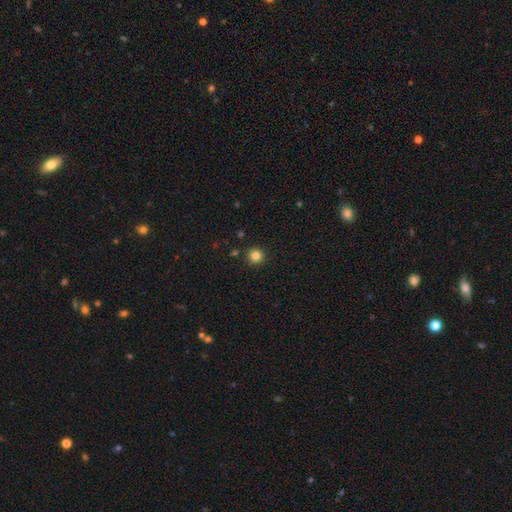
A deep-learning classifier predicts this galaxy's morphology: This appears to be a smooth galaxy with no disk features (83%) that is round (94%). Merging: none (91%).